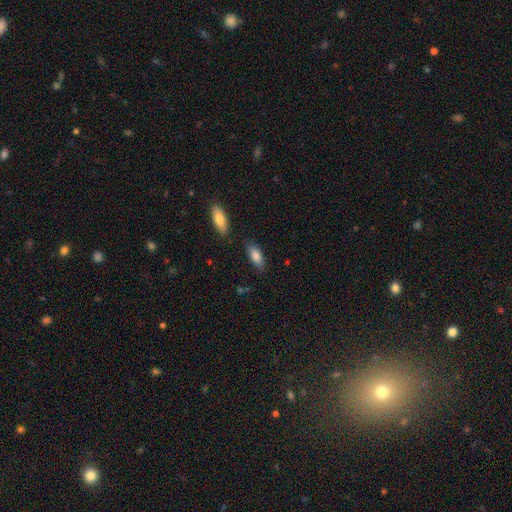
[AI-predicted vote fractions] This appears to be a smooth galaxy with no disk features (84%) that is in between round and cigar-shaped (81%). Merging: none (78%).